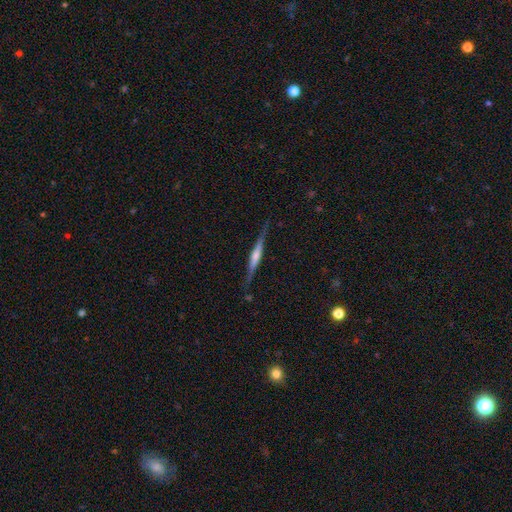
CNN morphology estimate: The model was most divided on "edge-on bulge": rounded: 64%, boxy: 21%, none: 15%. More confident: edge-on disk — yes (98%); merging — none (85%); smooth or featured — featured or disk (75%).